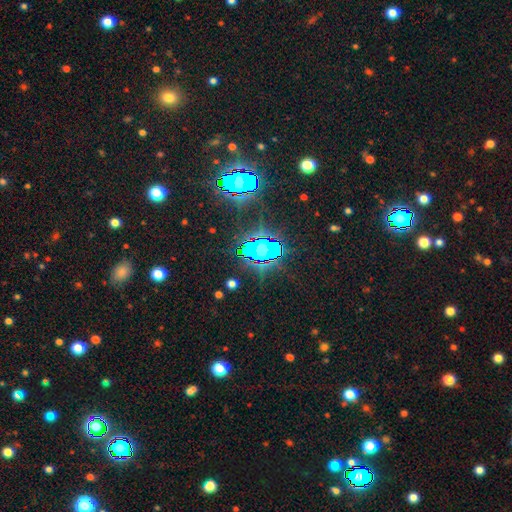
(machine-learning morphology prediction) A star or artifact, not a galaxy (82%).